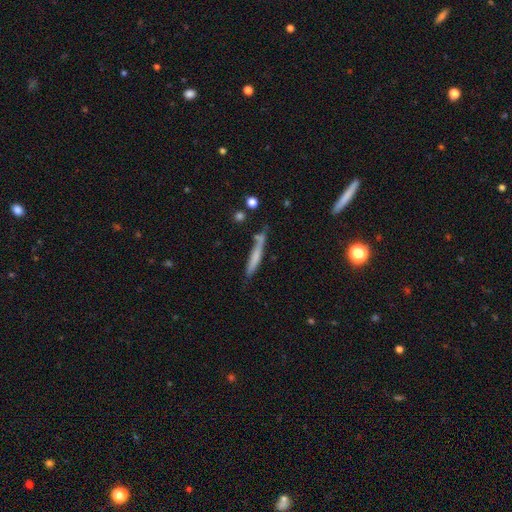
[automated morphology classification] type=smooth (59%); roundness=cigar-shaped (94%); merging=none (67%).